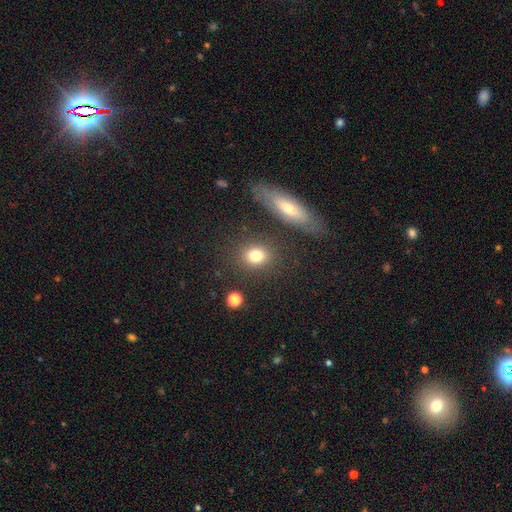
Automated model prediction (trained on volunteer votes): Q: Smooth or featured?
A: smooth (80%); runner-up: star or artifact (10%)
Q: How rounded?
A: round (60%); runner-up: in between (37%)
Q: Merging?
A: none (82%); runner-up: minor disturbance (9%)